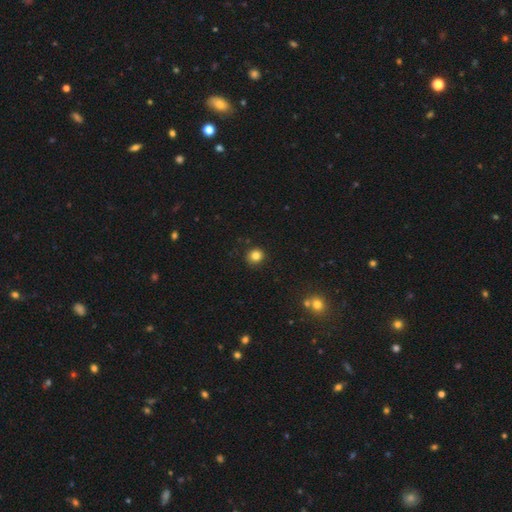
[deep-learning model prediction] This is clearly a smooth galaxy (83%). How rounded: clearly round (90%). Merging: clearly none (89%).